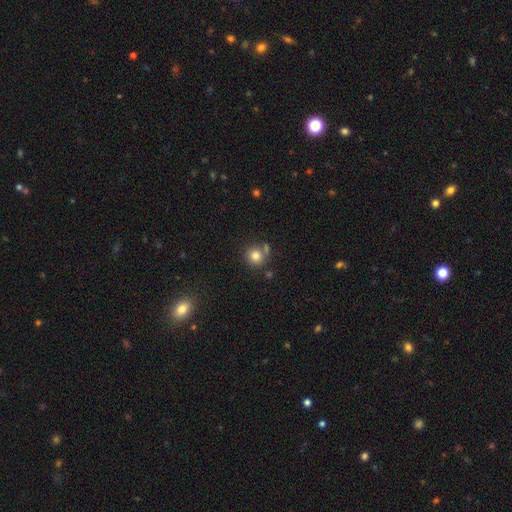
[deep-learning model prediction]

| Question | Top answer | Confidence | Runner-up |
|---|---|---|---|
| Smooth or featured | smooth | 80% | star or artifact (12%) |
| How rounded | round | 90% | in between (9%) |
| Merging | none | 67% | merger (17%) |